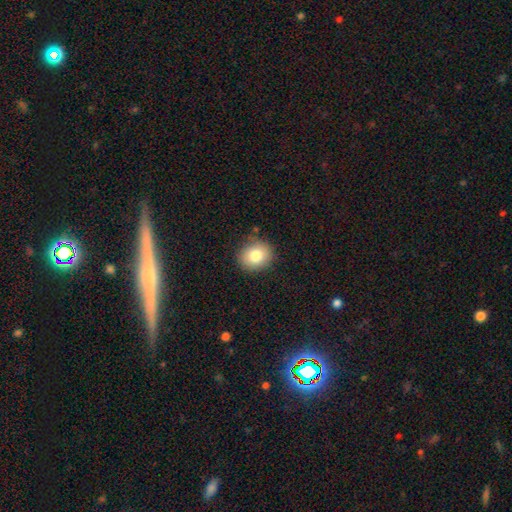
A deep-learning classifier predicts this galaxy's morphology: type=smooth (80%); roundness=round (76%); merging=none (85%).